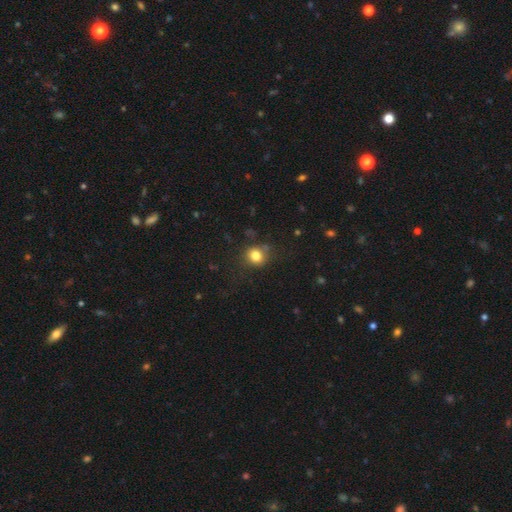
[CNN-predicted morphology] Smooth or featured? Predicted: smooth (p=0.81). How rounded? Predicted: round (p=0.81). Merging? Predicted: none (p=0.78).